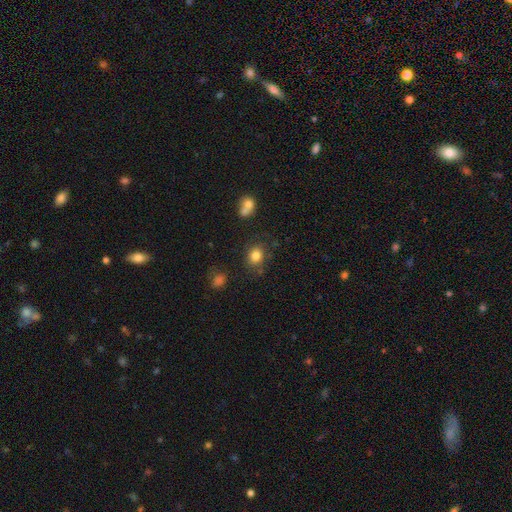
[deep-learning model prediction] A smooth galaxy with no disk features (82%) that is round (59%). Merging: none (75%).